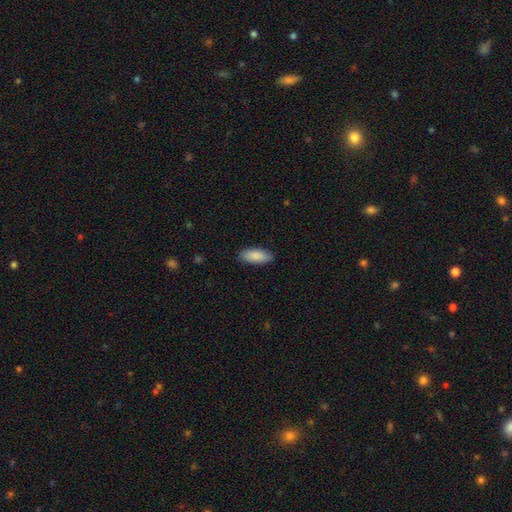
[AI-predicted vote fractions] The model was most divided on "how rounded": in between: 81%, cigar-shaped: 17%, round: 2%. More confident: smooth or featured — smooth (89%); merging — none (87%).